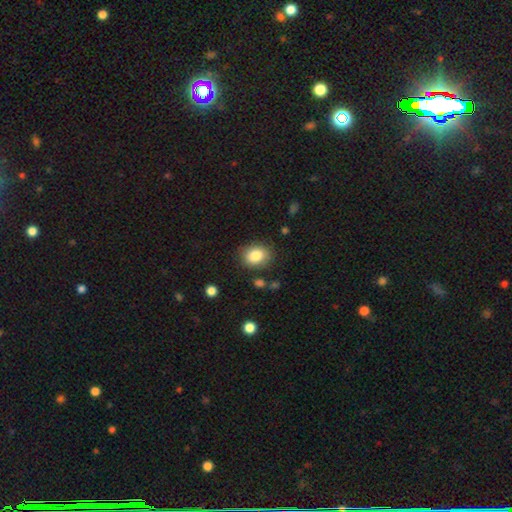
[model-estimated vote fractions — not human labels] This is clearly a smooth galaxy (83%). How rounded: possibly in between (51%). Merging: clearly none (83%).